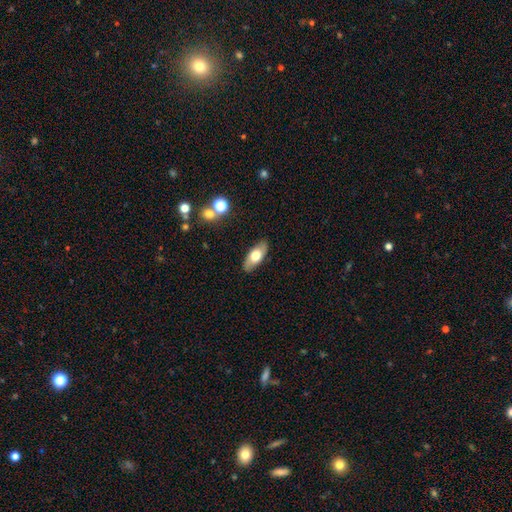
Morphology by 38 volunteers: Overall: smooth (61%; featured or disk 32%). How rounded: in between (83%). Merging: none (89%).